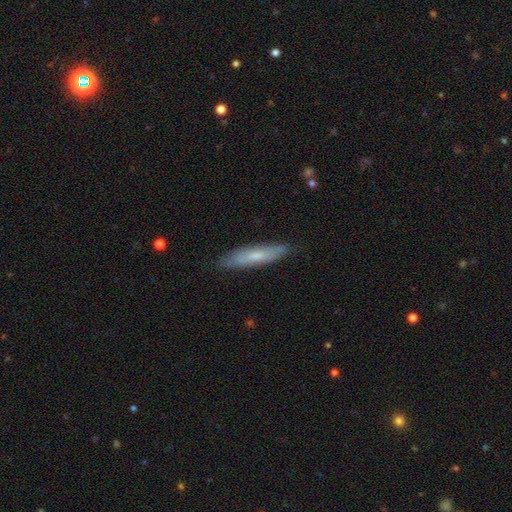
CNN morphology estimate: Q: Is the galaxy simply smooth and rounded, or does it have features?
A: smooth — 59%.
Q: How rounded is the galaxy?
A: cigar-shaped — 84%.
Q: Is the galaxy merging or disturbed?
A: none — 83%.